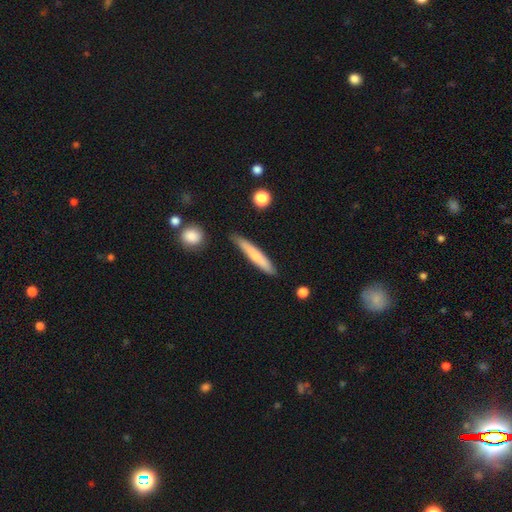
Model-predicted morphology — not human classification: This appears to be a smooth galaxy with no disk features (70%) that is cigar-shaped (93%). Merging: none (82%).